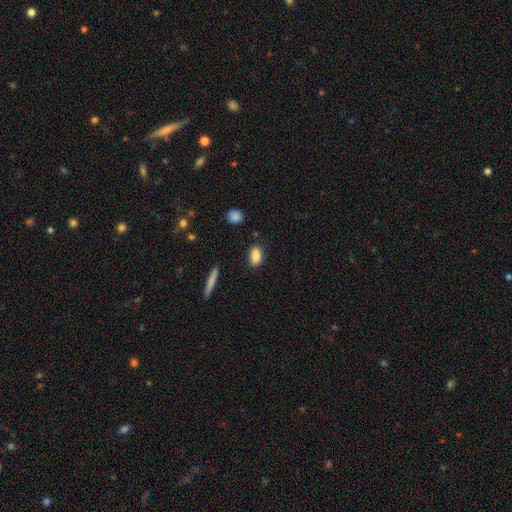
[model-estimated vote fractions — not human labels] Q: Smooth or featured?
A: smooth (86%); runner-up: star or artifact (8%)
Q: How rounded?
A: in between (86%); runner-up: cigar-shaped (8%)
Q: Merging?
A: none (82%); runner-up: minor disturbance (13%)